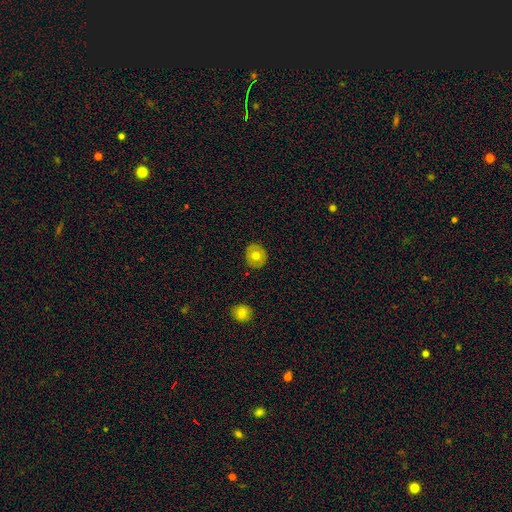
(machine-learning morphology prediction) smooth_or_featured: smooth (p=0.65) [alt: featured or disk p=0.28]
how_rounded: round (p=0.83) [alt: in between p=0.16]
merging: none (p=0.89) [alt: minor disturbance p=0.08]